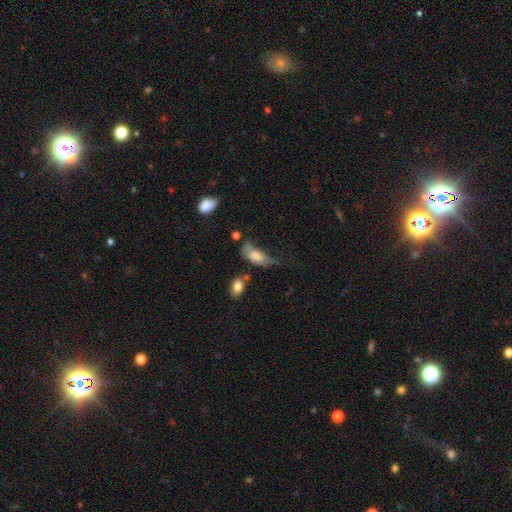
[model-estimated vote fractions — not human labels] Smooth or featured: smooth — 70% (featured or disk — 21%)
How rounded: in between — 86% (cigar-shaped — 9%)
Merging: major disturbance — 39% (minor disturbance — 30%)